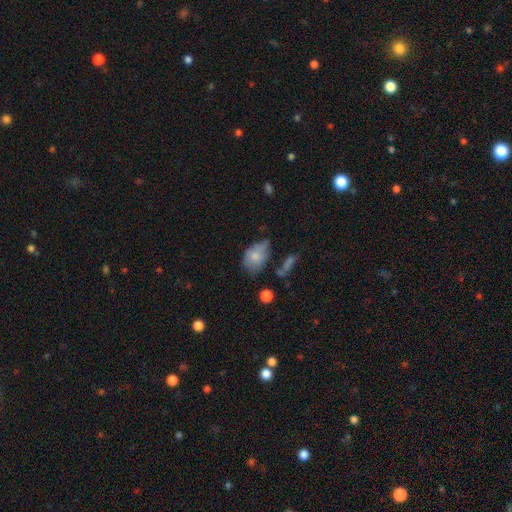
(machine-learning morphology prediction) Smooth or featured? Predicted: smooth (p=0.75). How rounded? Predicted: in between (p=0.79). Merging? Predicted: minor disturbance (p=0.39).